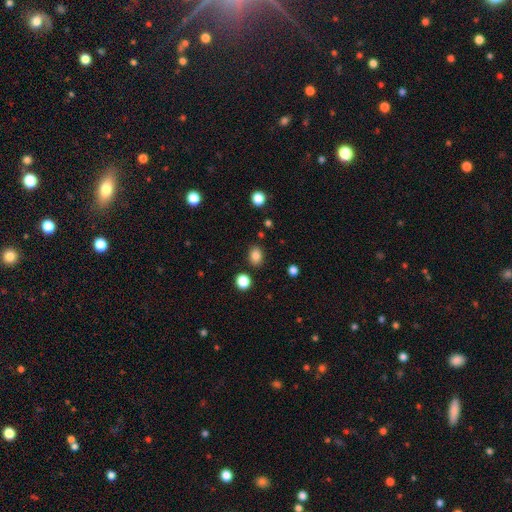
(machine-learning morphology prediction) A smooth galaxy with no disk features (84%) that is in between round and cigar-shaped (50%).

Vote fractions:
- Smooth or featured? smooth: 84% / star or artifact: 12% / featured or disk: 5%
- How rounded? in between: 50% / round: 49% / cigar-shaped: 1%
- Merging? none: 86% / minor disturbance: 9% / merger: 3% / major disturbance: 3%